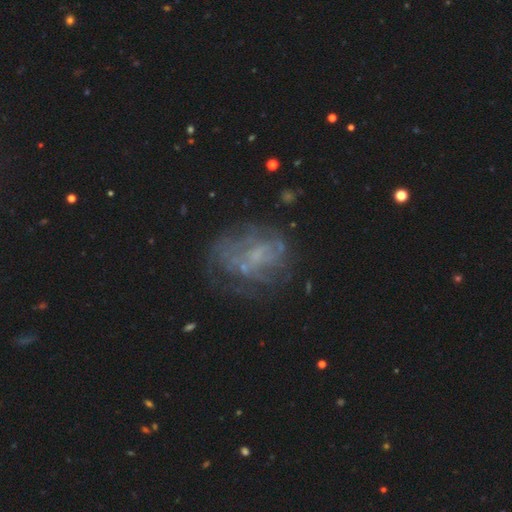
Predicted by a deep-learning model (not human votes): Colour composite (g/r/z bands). It shows a featured or disk galaxy (61%) with no bar (79%), no spiral arms (64%) and no central bulge (60%). Merging: none (53%).